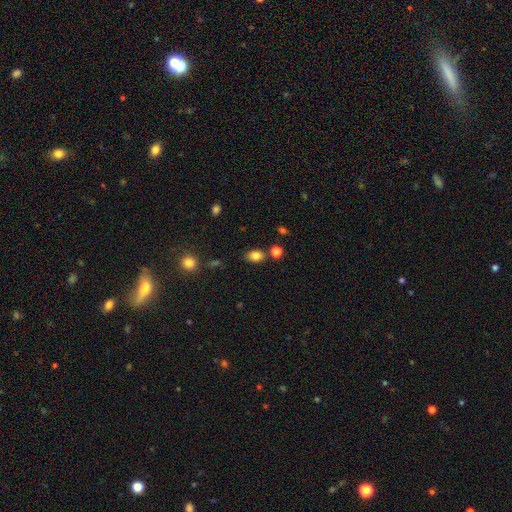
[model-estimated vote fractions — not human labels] Smooth or featured: smooth — 82% (star or artifact — 11%)
How rounded: in between — 74% (round — 25%)
Merging: none — 78% (minor disturbance — 12%)